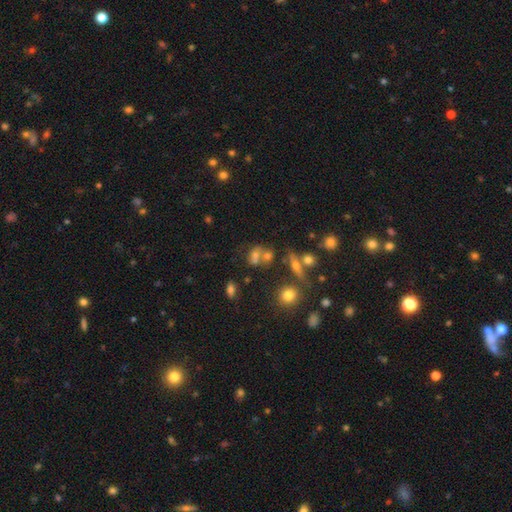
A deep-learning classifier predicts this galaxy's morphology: Q: Smooth or featured?
A: smooth (56%); runner-up: featured or disk (24%)
Q: How rounded?
A: round (50%); runner-up: in between (46%)
Q: Merging?
A: merger (46%); runner-up: none (36%)